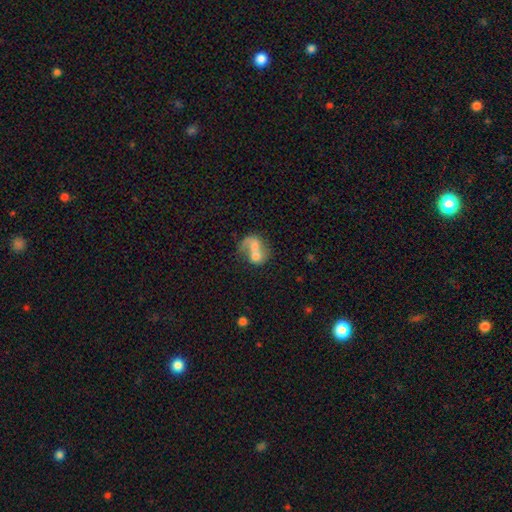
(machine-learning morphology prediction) Smooth or featured?
  - smooth: 48% *
  - featured or disk: 43%
  - star or artifact: 9%
Merging?
  - merger: 73% *
  - none: 12%
  - major disturbance: 9%
  - minor disturbance: 6%